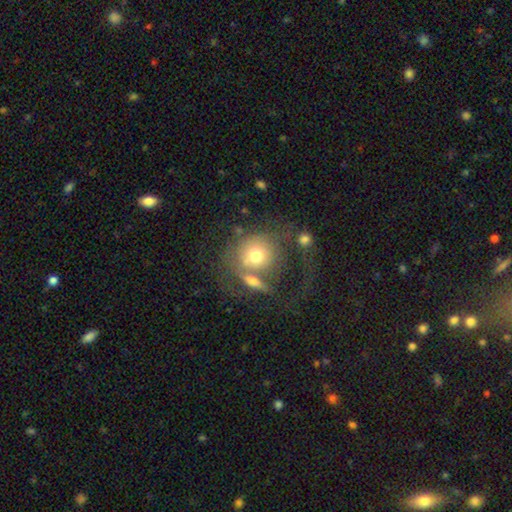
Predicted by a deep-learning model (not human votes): smooth_or_featured: smooth (p=0.57) [alt: featured or disk p=0.33]
how_rounded: round (p=0.83) [alt: in between p=0.15]
merging: merger (p=0.35) [alt: none p=0.34]